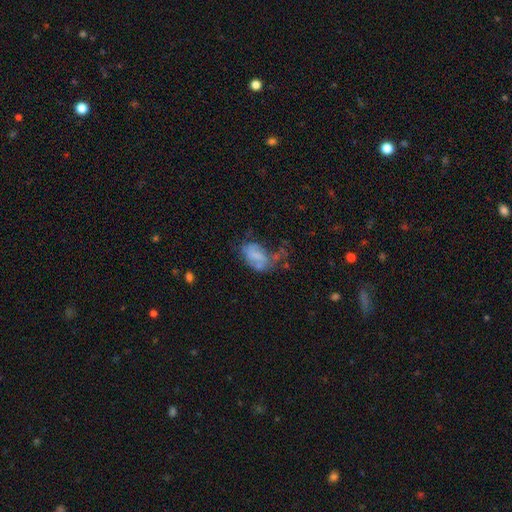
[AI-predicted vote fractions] This is possibly a smooth galaxy (52%). How rounded: clearly in between (88%). Merging: marginally major disturbance (37%).